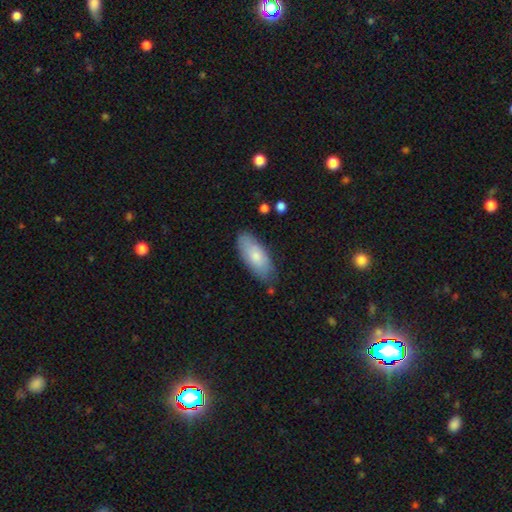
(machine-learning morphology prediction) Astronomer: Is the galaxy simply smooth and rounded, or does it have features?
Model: smooth — 77%.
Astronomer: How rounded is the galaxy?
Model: in between — 83%.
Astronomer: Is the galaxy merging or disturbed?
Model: none — 75%.